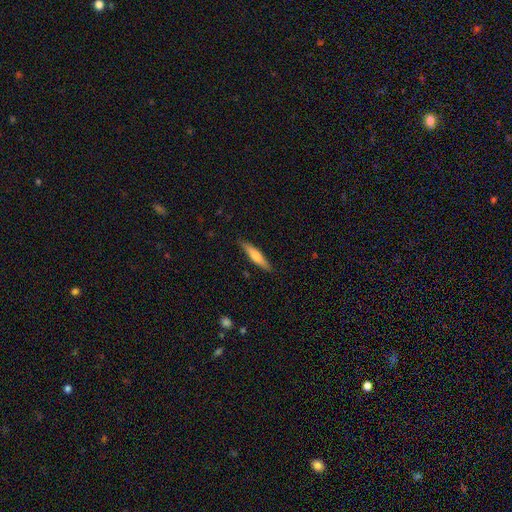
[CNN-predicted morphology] smooth 56%, featured or disk 39%, star or artifact 6%. Down the decision tree: how rounded — cigar-shaped (86%); merging — none (87%).